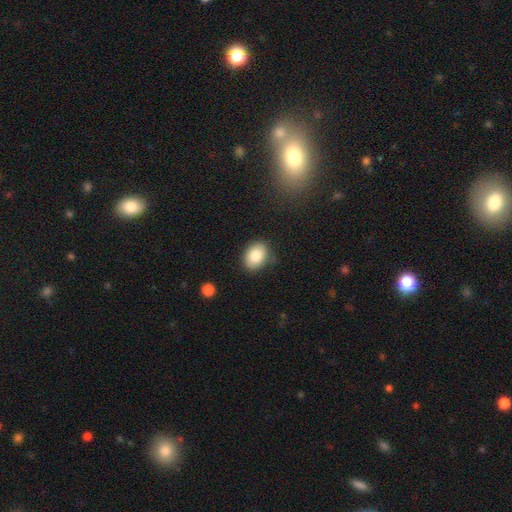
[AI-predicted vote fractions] Q: Smooth or featured?
A: smooth (82%); runner-up: featured or disk (10%)
Q: How rounded?
A: in between (69%); runner-up: round (30%)
Q: Merging?
A: none (81%); runner-up: minor disturbance (14%)